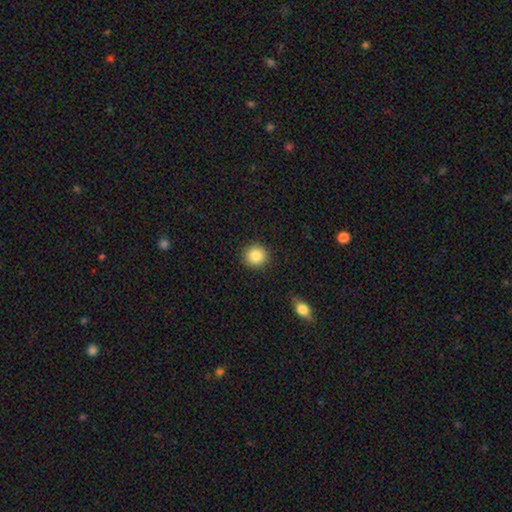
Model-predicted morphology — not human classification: This is clearly a smooth galaxy (85%). How rounded: clearly round (93%). Merging: clearly none (91%).